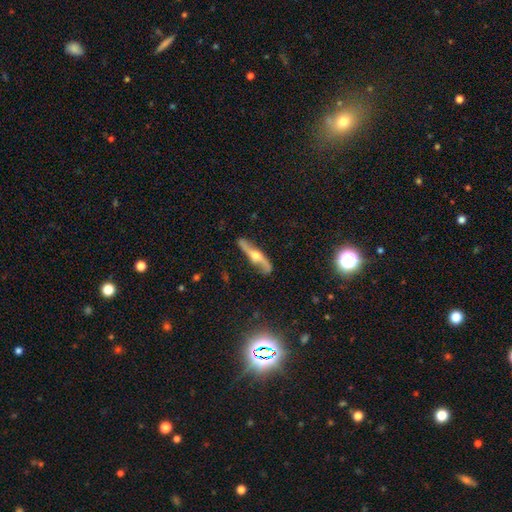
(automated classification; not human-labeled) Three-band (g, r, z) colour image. It shows a featured or disk galaxy (83%) viewed edge-on (54%). Merging: none (79%).